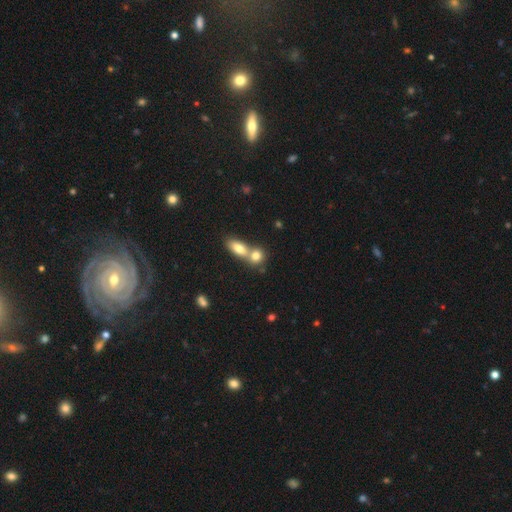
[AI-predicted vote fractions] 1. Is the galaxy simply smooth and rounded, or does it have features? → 76% smooth, 15% featured or disk, 9% star or artifact.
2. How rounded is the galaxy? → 49% in between, 46% round, 5% cigar-shaped.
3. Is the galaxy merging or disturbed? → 61% merger, 30% none, 6% minor disturbance, 2% major disturbance.